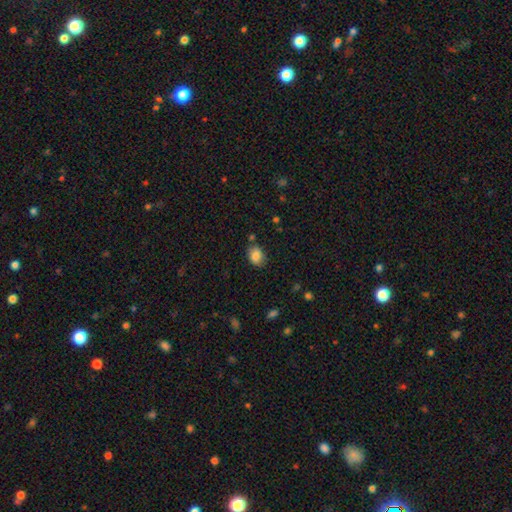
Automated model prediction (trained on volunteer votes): A smooth galaxy with no disk features (84%) that is in between round and cigar-shaped (75%).

Vote fractions:
- Smooth or featured? smooth: 84% / star or artifact: 9% / featured or disk: 7%
- How rounded? in between: 75% / round: 24% / cigar-shaped: 1%
- Merging? none: 77% / minor disturbance: 15% / merger: 5% / major disturbance: 3%